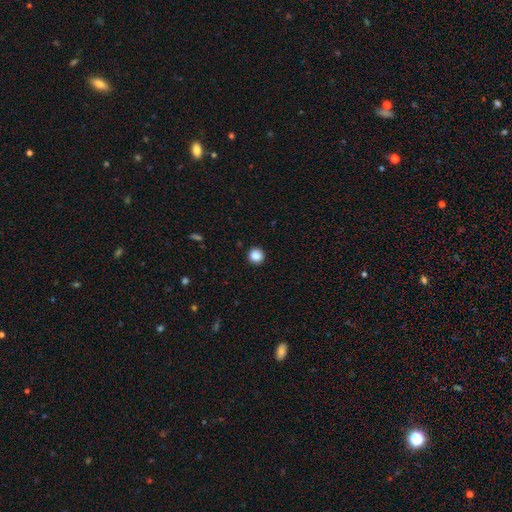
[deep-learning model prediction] Smooth or featured? Predicted: smooth (p=0.87). How rounded? Predicted: round (p=0.94). Merging? Predicted: none (p=0.93).